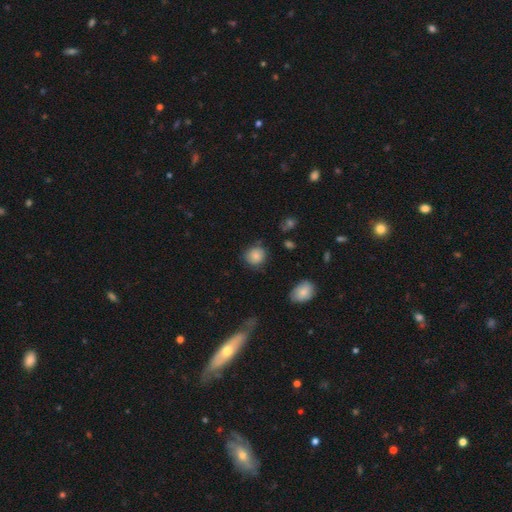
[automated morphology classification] Overall: smooth (82%). How rounded: round (84%). Merging: none (77%).